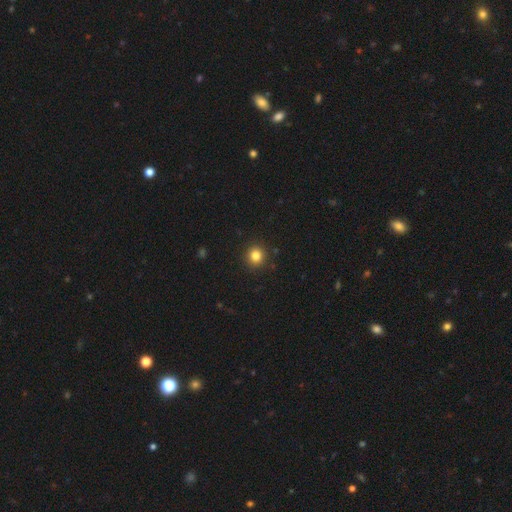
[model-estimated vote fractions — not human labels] Overall: smooth (83%). How rounded: round (92%). Merging: none (92%).